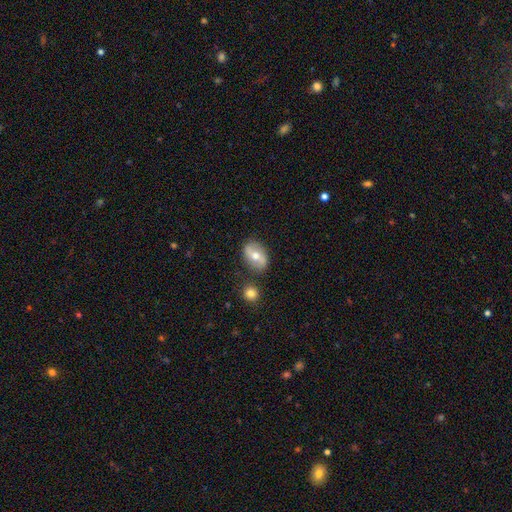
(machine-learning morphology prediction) Smooth or featured: featured or disk — 47% (smooth — 45%)
Merging: none — 80% (minor disturbance — 12%)